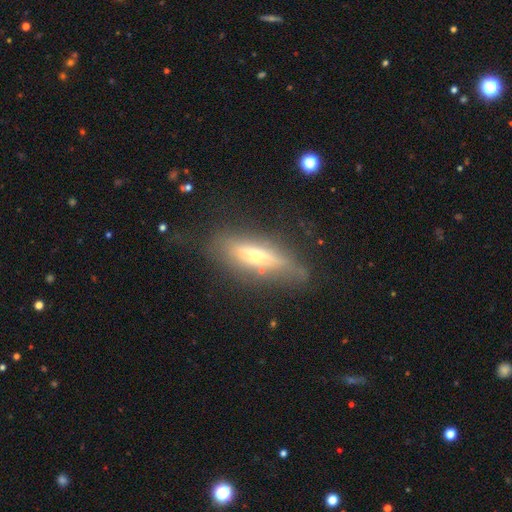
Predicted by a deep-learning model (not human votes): A featured or disk galaxy (61%) viewed edge-on (81%). Merging: none (63%).